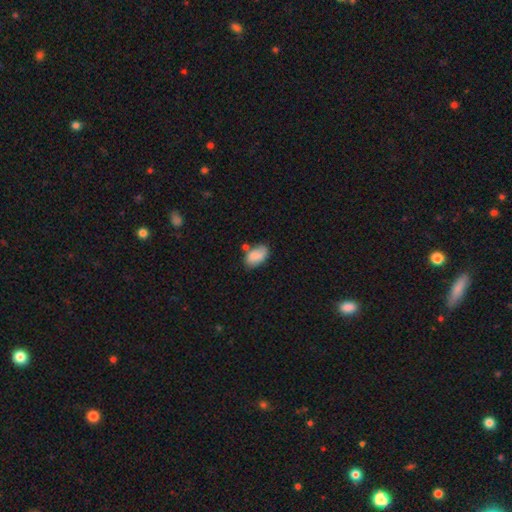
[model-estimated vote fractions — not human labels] This appears to be a smooth galaxy with no disk features (82%) that is in between round and cigar-shaped (92%). Merging: none (59%).